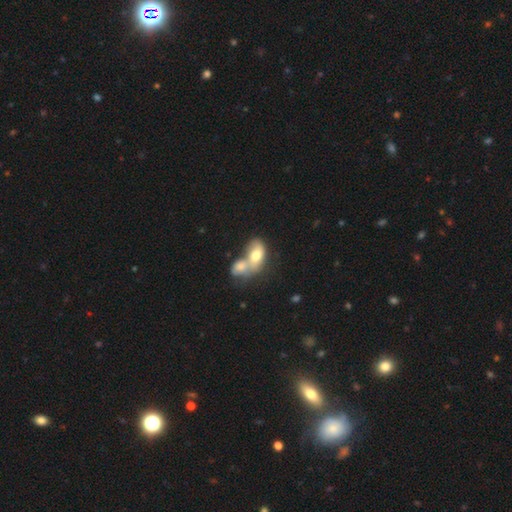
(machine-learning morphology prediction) Smooth or featured: smooth — 70% (featured or disk — 23%)
How rounded: in between — 85% (round — 12%)
Merging: merger — 77% (none — 11%)